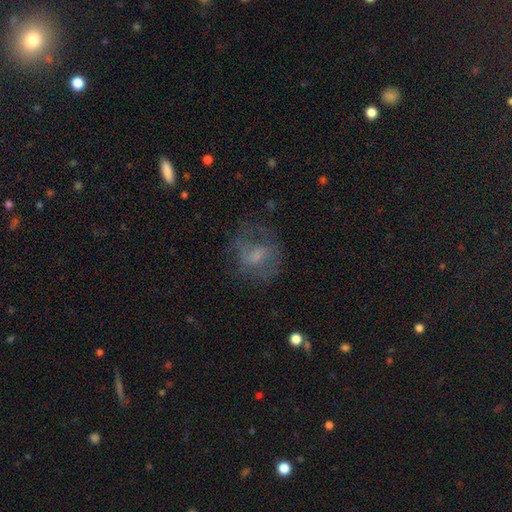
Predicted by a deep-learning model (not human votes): A featured or disk galaxy (45%). Merging: none (53%).